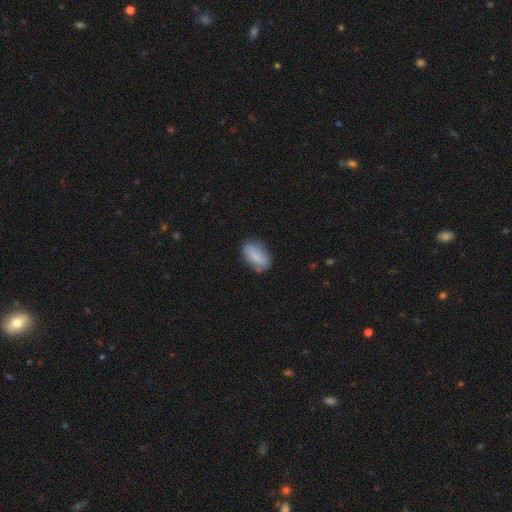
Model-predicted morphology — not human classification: Smooth or featured? Predicted: smooth (p=0.80). How rounded? Predicted: in between (p=0.92). Merging? Predicted: none (p=0.76).